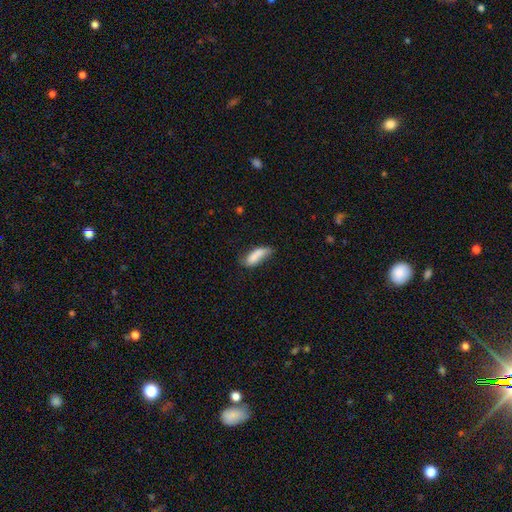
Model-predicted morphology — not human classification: This is likely a smooth galaxy (74%). How rounded: likely in between (66%). Merging: marginally none (44%).